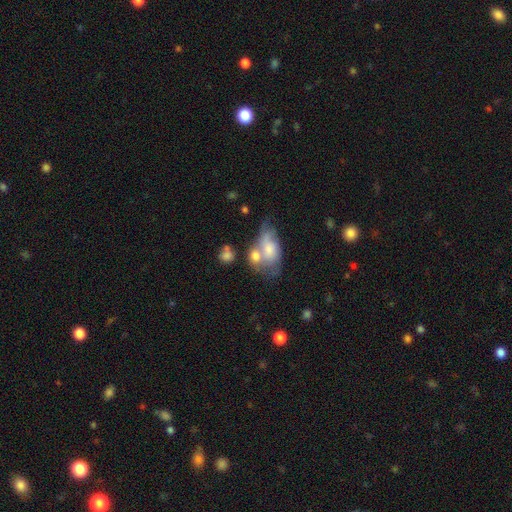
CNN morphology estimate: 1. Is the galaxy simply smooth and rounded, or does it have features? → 61% smooth, 30% featured or disk, 8% star or artifact.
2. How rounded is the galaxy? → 77% in between, 20% round, 3% cigar-shaped.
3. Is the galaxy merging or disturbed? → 50% merger, 21% none, 15% minor disturbance, 13% major disturbance.